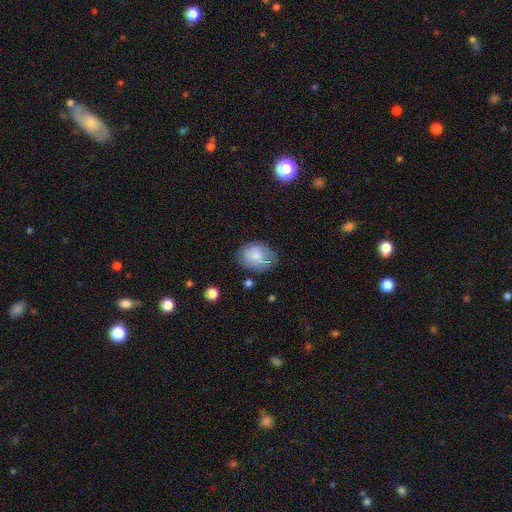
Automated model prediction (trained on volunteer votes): Smooth or featured?
  - smooth: 79% *
  - featured or disk: 13%
  - star or artifact: 7%
How rounded?
  - in between: 70% *
  - round: 29%
  - cigar-shaped: 1%
Merging?
  - none: 69% *
  - minor disturbance: 22%
  - major disturbance: 6%
  - merger: 2%